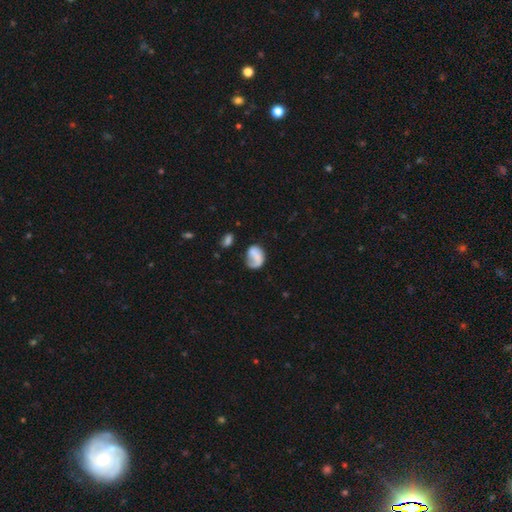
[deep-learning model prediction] smooth 53%, featured or disk 39%, star or artifact 8%. Down the decision tree: how rounded — in between (62%); merging — none (37%).